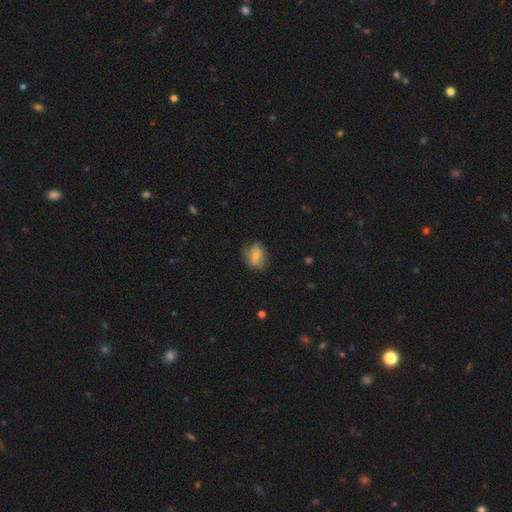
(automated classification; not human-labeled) smooth-or-featured: smooth: 63% | featured or disk: 29% | star or artifact: 9%
  how-rounded: in between: 66% | round: 32% | cigar-shaped: 2%
  merging: none: 60% | minor disturbance: 28% | major disturbance: 10% | merger: 1%